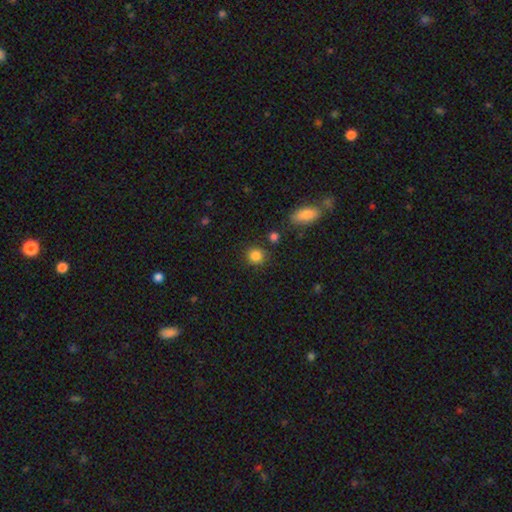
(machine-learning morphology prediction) The model was most divided on "how rounded": round: 86%, in between: 13%, cigar-shaped: 1%. More confident: smooth or featured — smooth (85%); merging — none (83%).